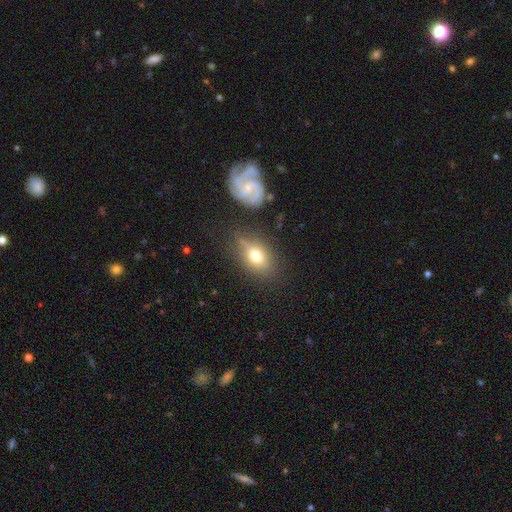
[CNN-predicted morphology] This appears to be a smooth galaxy with no disk features (65%) that is in between round and cigar-shaped (73%). Merging: none (68%).